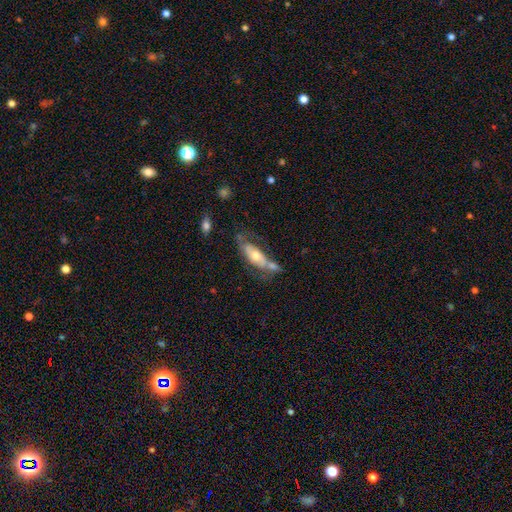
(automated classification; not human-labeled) A featured or disk galaxy (54%). Merging: none (39%).